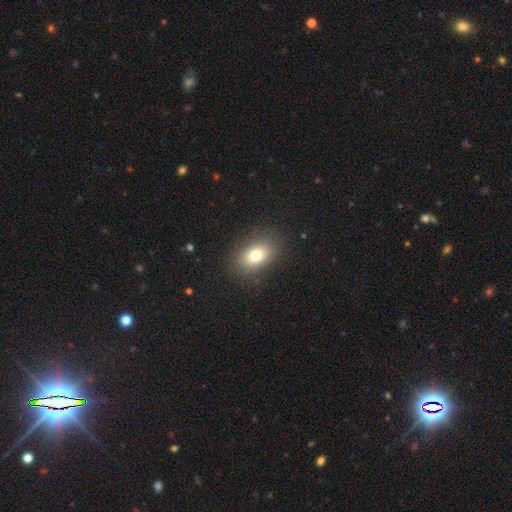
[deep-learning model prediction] A smooth galaxy with no disk features (75%) that is in between round and cigar-shaped (71%). Merging: none (90%).